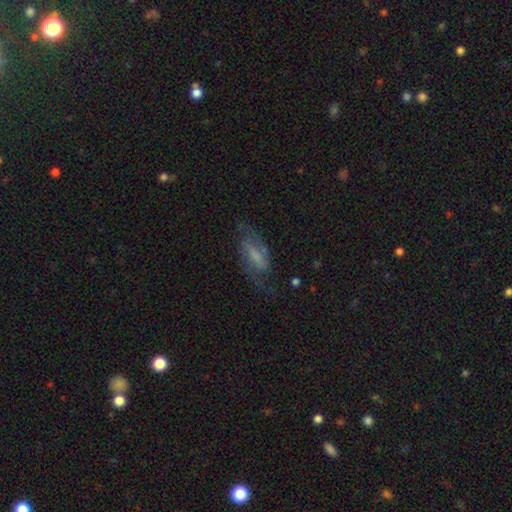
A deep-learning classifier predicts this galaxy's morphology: Q: Smooth or featured?
A: featured or disk (70%); runner-up: smooth (22%)
Q: Edge-on disk?
A: no (93%); runner-up: yes (7%)
Q: Bar?
A: weak (46%); runner-up: strong (32%)
Q: Spiral arms?
A: yes (90%); runner-up: no (10%)
Q: Spiral winding?
A: medium (48%); runner-up: loose (34%)
Q: Spiral arm count?
A: 2 (85%); runner-up: can't tell (7%)
Q: Bulge size?
A: small (38%); runner-up: none (31%)
Q: Merging?
A: none (65%); runner-up: minor disturbance (19%)